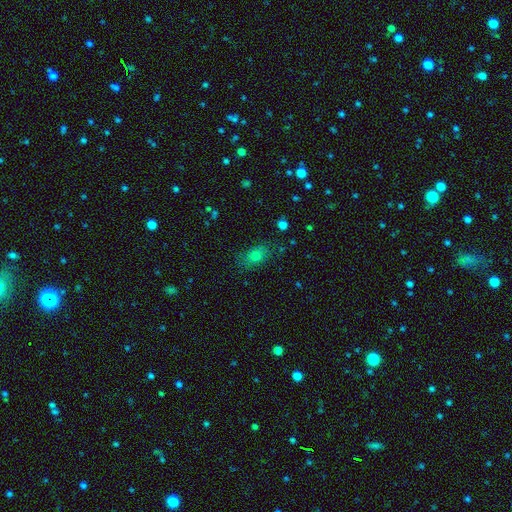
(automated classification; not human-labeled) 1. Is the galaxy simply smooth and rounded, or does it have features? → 72% smooth, 14% featured or disk, 14% star or artifact.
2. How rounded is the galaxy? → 80% in between, 16% round, 4% cigar-shaped.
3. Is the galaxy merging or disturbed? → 78% none, 16% minor disturbance, 5% major disturbance, 2% merger.